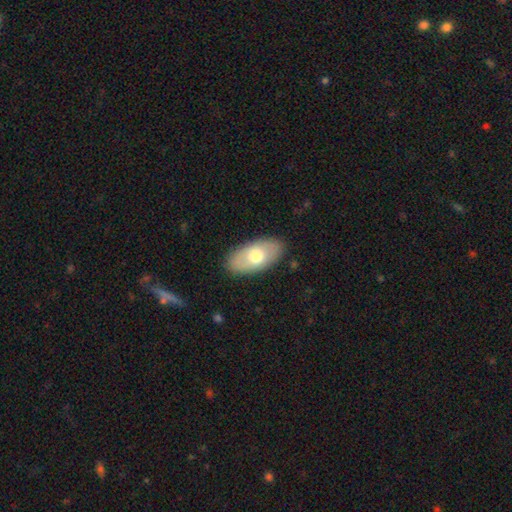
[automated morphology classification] Q: Smooth or featured?
A: smooth (65%); runner-up: featured or disk (29%)
Q: How rounded?
A: in between (93%); runner-up: round (4%)
Q: Merging?
A: none (86%); runner-up: minor disturbance (10%)